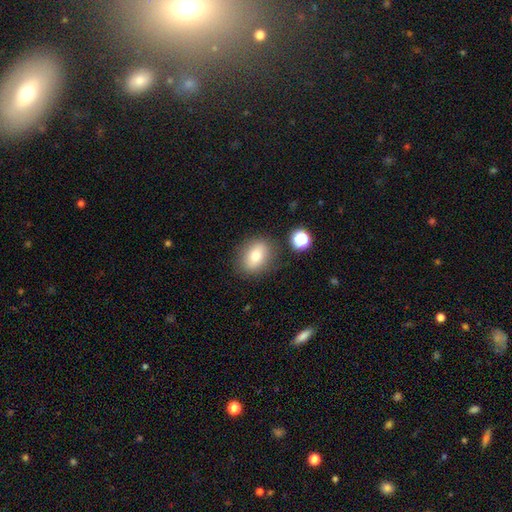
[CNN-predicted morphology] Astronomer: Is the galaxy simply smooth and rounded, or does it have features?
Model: smooth — 77%.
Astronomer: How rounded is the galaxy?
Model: in between — 64%.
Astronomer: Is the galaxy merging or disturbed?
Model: none — 80%.